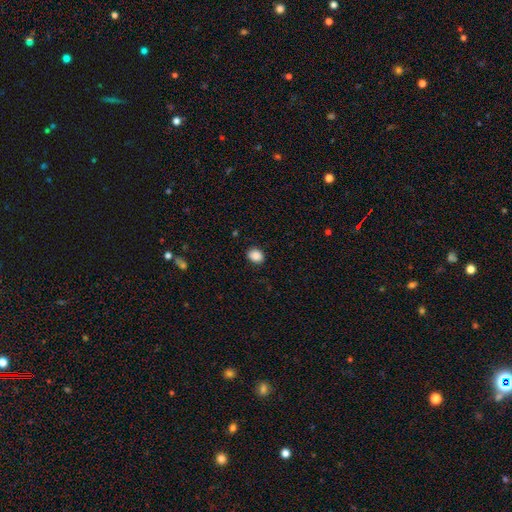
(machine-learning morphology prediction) This appears to be a smooth galaxy with no disk features (89%) that is round (52%). Merging: none (87%).